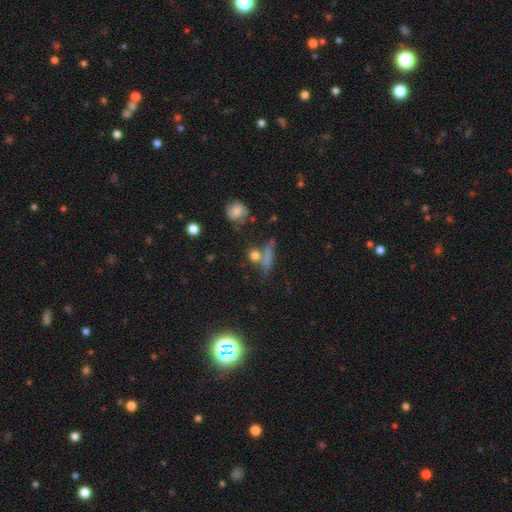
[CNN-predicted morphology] Smooth or featured: smooth — 71% (star or artifact — 15%)
How rounded: round — 59% (cigar-shaped — 22%)
Merging: none — 59% (merger — 22%)